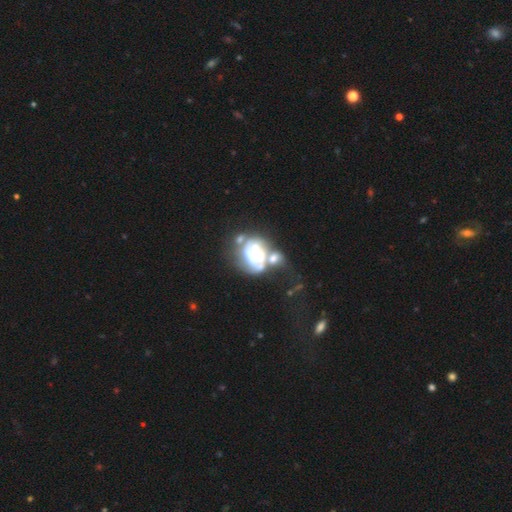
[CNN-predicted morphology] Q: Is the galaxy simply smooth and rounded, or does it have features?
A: featured or disk — 66%.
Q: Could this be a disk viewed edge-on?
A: no — 98%.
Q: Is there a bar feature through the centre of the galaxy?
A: no — 83%.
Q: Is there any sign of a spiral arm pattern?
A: no — 66%.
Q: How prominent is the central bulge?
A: moderate — 39%.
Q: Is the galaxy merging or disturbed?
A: merger — 47%.